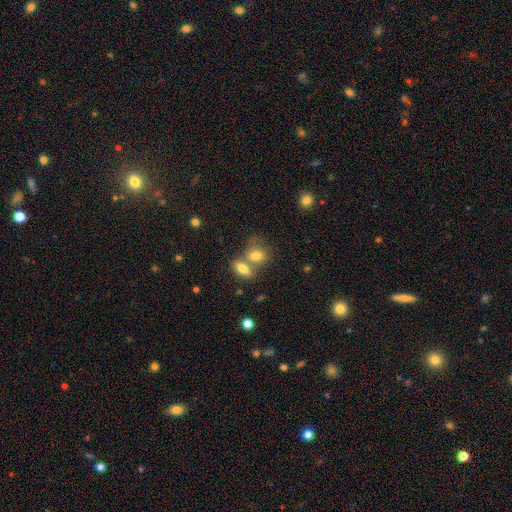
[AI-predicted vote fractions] This is likely a smooth galaxy (77%). How rounded: possibly in between (58%). Merging: possibly merger (52%).